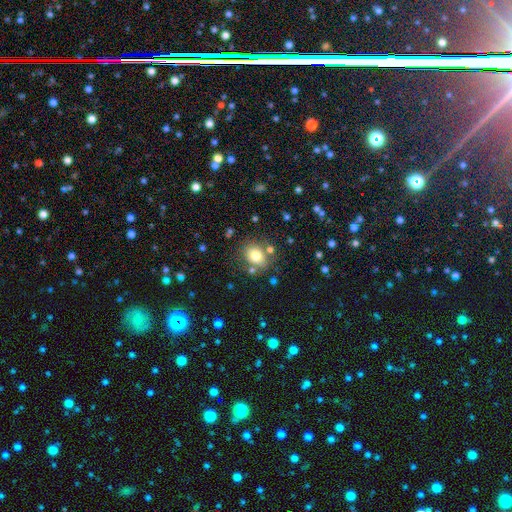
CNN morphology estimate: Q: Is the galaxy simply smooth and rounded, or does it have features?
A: smooth — 77%.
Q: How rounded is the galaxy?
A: round — 59%.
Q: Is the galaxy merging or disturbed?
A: none — 75%.